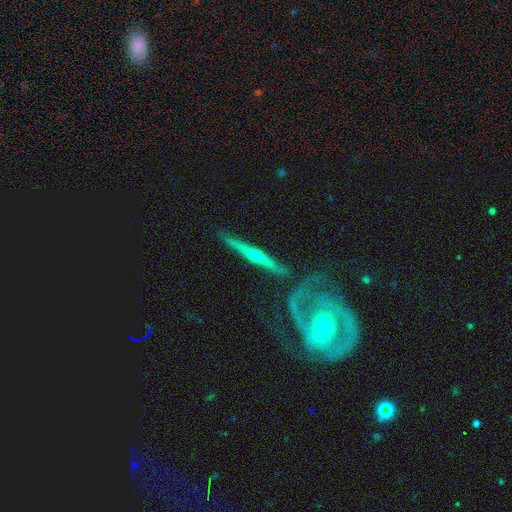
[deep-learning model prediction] Smooth or featured: featured or disk — 76% (smooth — 19%)
Edge-on disk: yes — 95% (no — 5%)
Edge-on bulge: rounded — 84% (none — 12%)
Merging: none — 77% (minor disturbance — 13%)